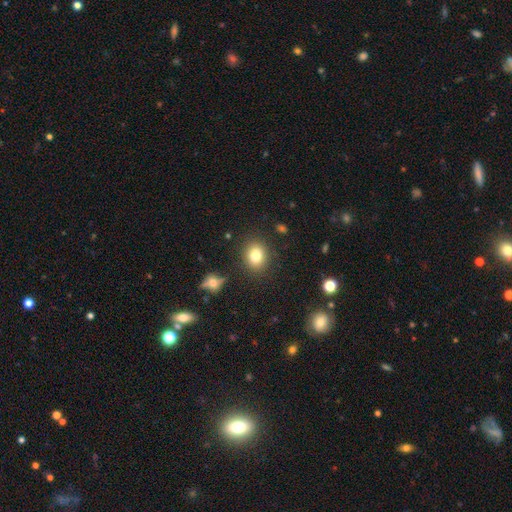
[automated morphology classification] Smooth or featured? smooth (79%)
How rounded? round (62%)
Merging? none (87%)